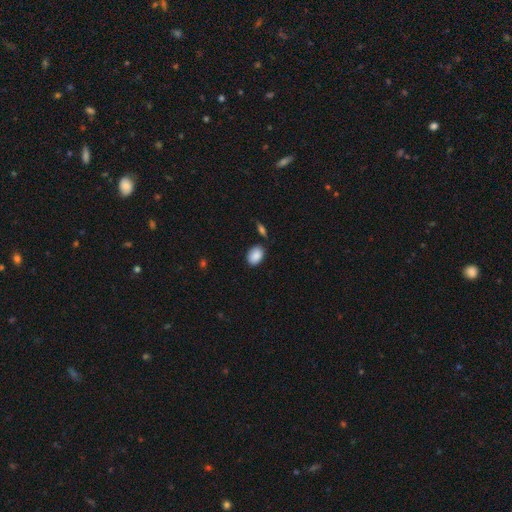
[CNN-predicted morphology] This is clearly a smooth galaxy (89%). How rounded: clearly in between (85%). Merging: clearly none (80%).